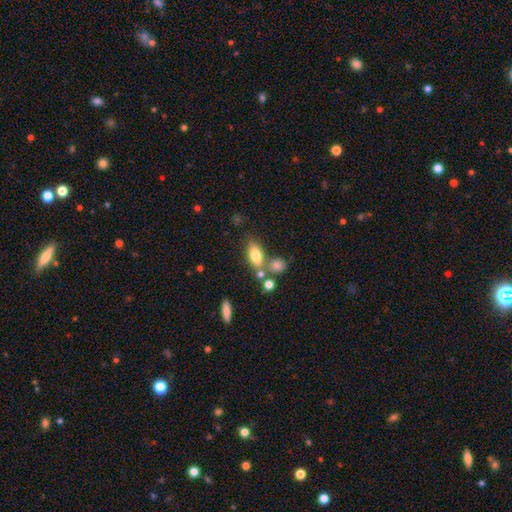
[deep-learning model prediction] Morphology: type=smooth (75%); roundness=in between (81%); merging=none (56%).